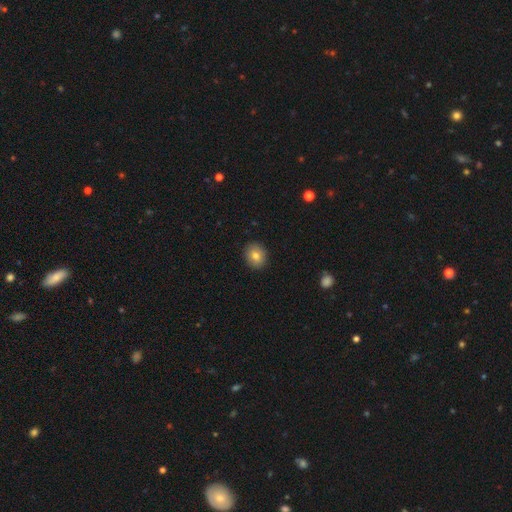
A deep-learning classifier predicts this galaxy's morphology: The model was most divided on "how rounded": round: 75%, in between: 24%, cigar-shaped: 1%. More confident: merging — none (90%); smooth or featured — smooth (79%).